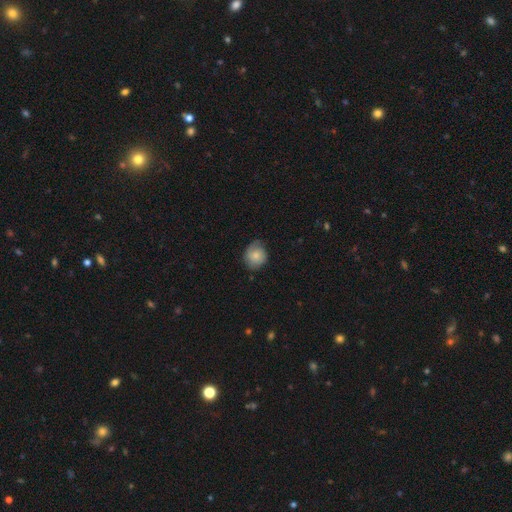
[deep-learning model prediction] smooth_or_featured: smooth (p=0.70) [alt: featured or disk p=0.23]
how_rounded: round (p=0.66) [alt: in between p=0.33]
merging: none (p=0.59) [alt: minor disturbance p=0.31]